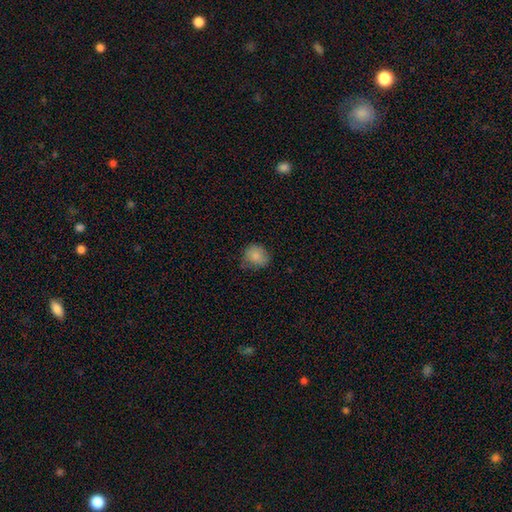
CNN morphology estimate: smooth 84%, star or artifact 9%, featured or disk 6%. Down the decision tree: how rounded — round (71%); merging — none (71%).